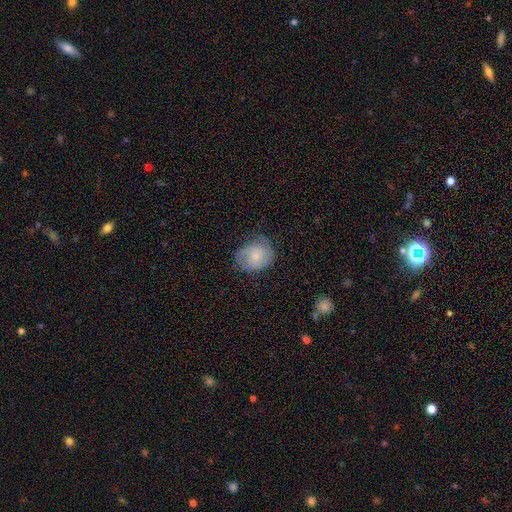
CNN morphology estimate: Overall: featured or disk (50%; smooth 43%). Merging: none (59%; minor disturbance 28%).